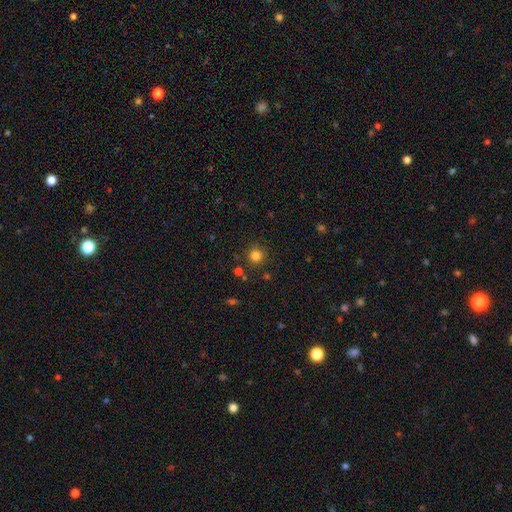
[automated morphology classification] Smooth or featured: smooth — 81% (star or artifact — 14%)
How rounded: round — 93% (in between — 6%)
Merging: none — 84% (minor disturbance — 8%)